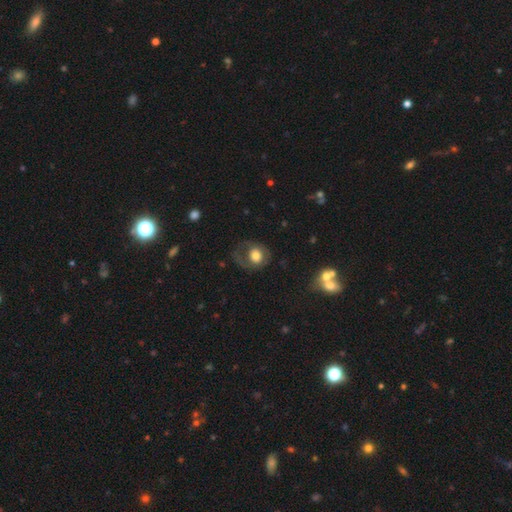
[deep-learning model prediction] A smooth galaxy with no disk features (59%) that is round (61%).

Vote fractions:
- Smooth or featured? smooth: 59% / featured or disk: 33% / star or artifact: 8%
- How rounded? round: 61% / in between: 38% / cigar-shaped: 1%
- Merging? none: 54% / major disturbance: 24% / minor disturbance: 20% / merger: 2%